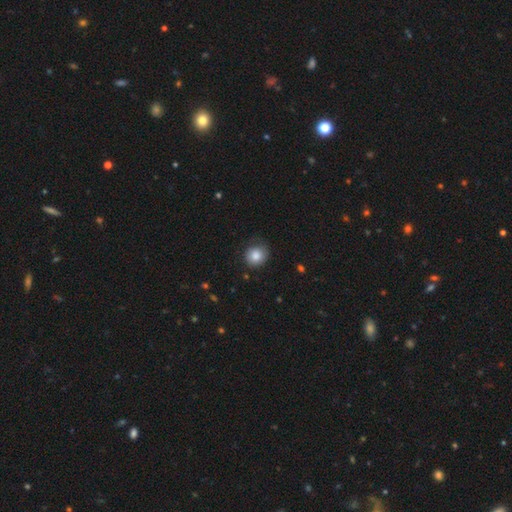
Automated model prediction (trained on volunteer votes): The model was most divided on "merging": none: 71%, minor disturbance: 21%, major disturbance: 6%, merger: 1%. More confident: how rounded — round (85%); smooth or featured — smooth (83%).